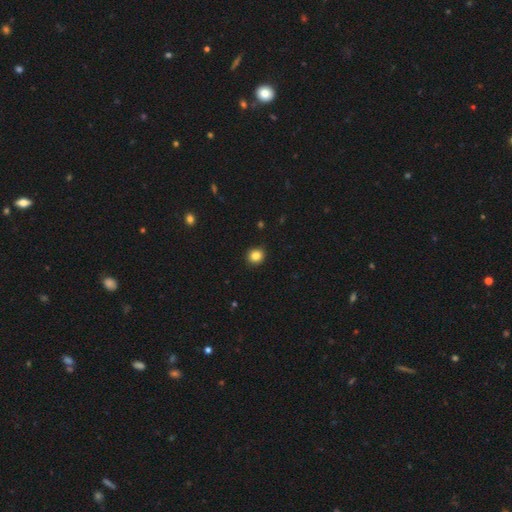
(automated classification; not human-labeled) Q: Smooth or featured?
A: smooth (85%); runner-up: star or artifact (11%)
Q: How rounded?
A: round (88%); runner-up: in between (11%)
Q: Merging?
A: none (92%); runner-up: minor disturbance (5%)